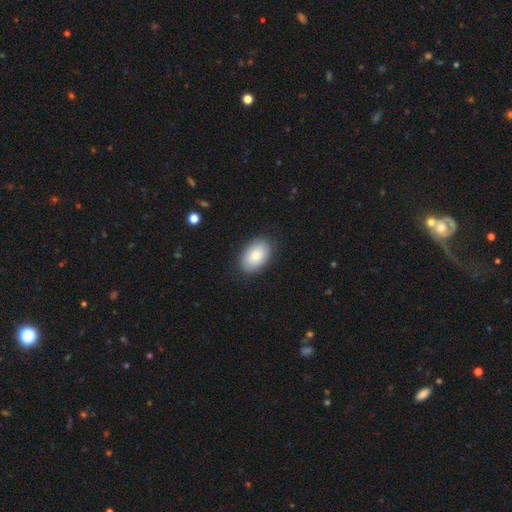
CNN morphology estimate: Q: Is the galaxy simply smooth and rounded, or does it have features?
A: smooth — 82%.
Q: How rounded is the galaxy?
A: in between — 91%.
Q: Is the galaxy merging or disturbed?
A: none — 86%.